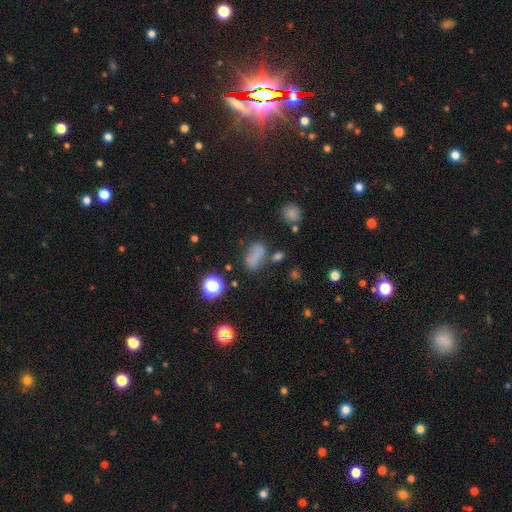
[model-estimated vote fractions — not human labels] Morphology: type=smooth (68%); roundness=in between (85%); merging=none (55%).